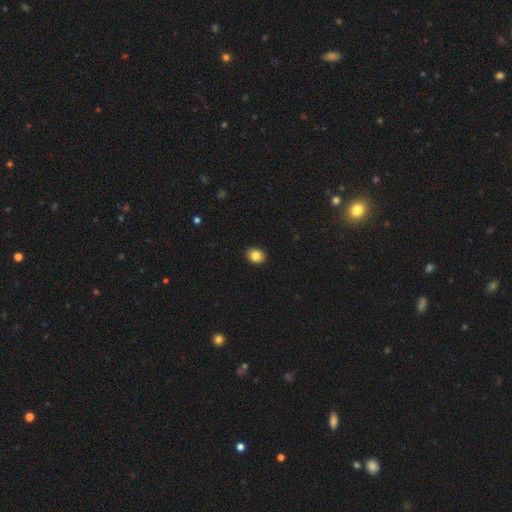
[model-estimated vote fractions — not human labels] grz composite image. It shows a smooth galaxy with no disk features (83%) that is round (51%). Merging: none (92%).